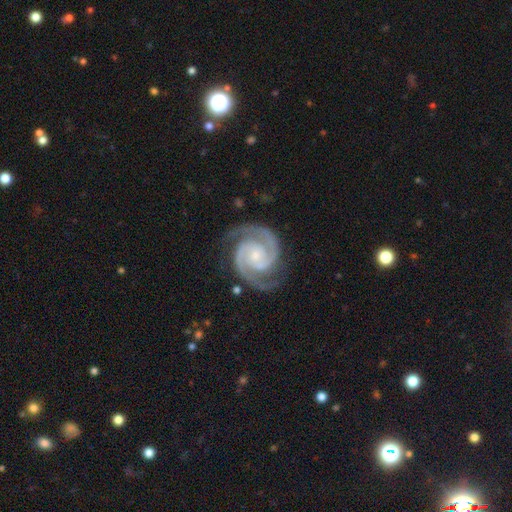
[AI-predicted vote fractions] Overall: featured or disk (95%). Edge-on disk: no (98%). Bar: no (64%; weak 26%). Spiral arms: yes (99%). Spiral arm count: 2 (94%). Spiral winding: tight (57%; medium 39%). Bulge size: small (63%; moderate 27%). Merging: none (83%).